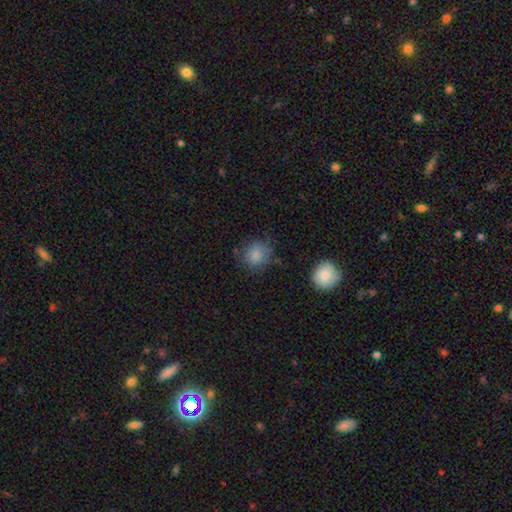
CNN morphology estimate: Smooth or featured?
  - smooth: 83% *
  - star or artifact: 11%
  - featured or disk: 6%
How rounded?
  - round: 85% *
  - in between: 14%
  - cigar-shaped: 1%
Merging?
  - none: 77% *
  - minor disturbance: 16%
  - major disturbance: 4%
  - merger: 3%